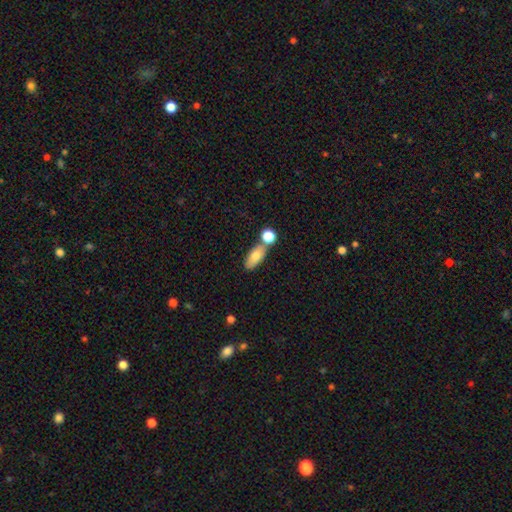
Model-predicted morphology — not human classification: Smooth or featured?
  - smooth: 77% *
  - featured or disk: 16%
  - star or artifact: 8%
How rounded?
  - in between: 80% *
  - cigar-shaped: 14%
  - round: 5%
Merging?
  - none: 58% *
  - merger: 25%
  - minor disturbance: 12%
  - major disturbance: 4%